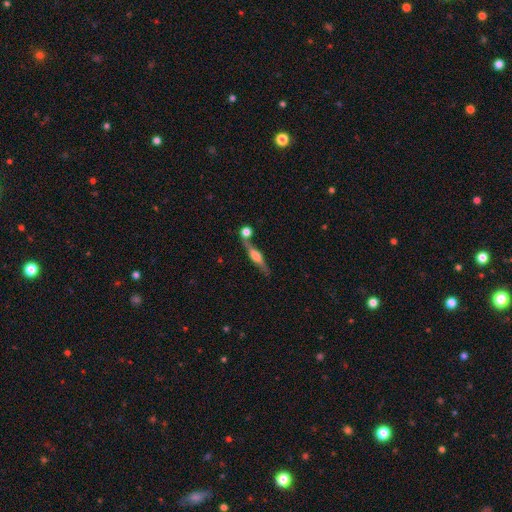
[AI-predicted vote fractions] The model was most divided on "merging": none: 59%, merger: 24%, minor disturbance: 13%, major disturbance: 5%. More confident: edge-on disk — yes (90%); edge-on bulge — rounded (83%); smooth or featured — featured or disk (67%).